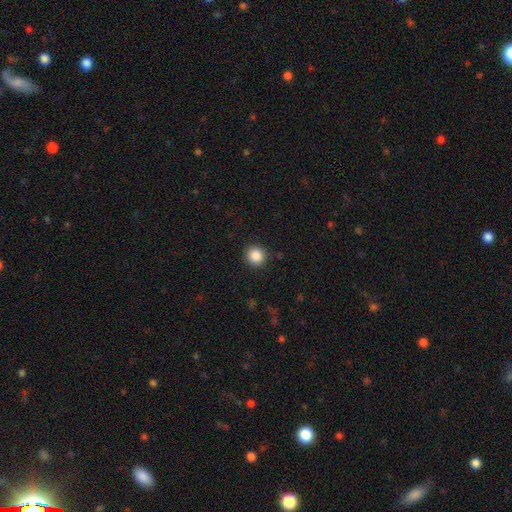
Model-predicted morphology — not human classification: Smooth or featured? Predicted: smooth (p=0.88). How rounded? Predicted: round (p=0.94). Merging? Predicted: none (p=0.90).